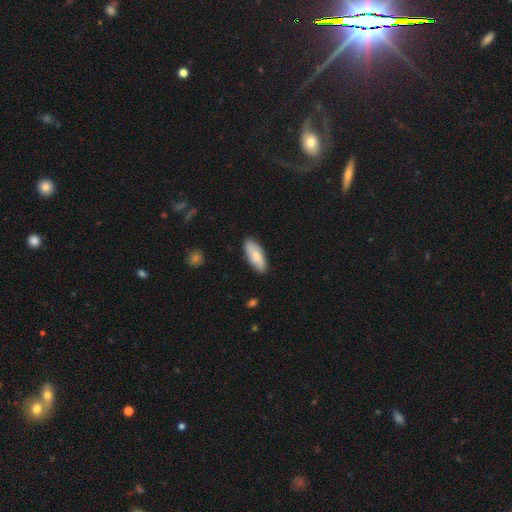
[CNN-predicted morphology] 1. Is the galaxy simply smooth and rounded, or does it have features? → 72% smooth, 22% featured or disk, 6% star or artifact.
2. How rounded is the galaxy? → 76% in between, 22% cigar-shaped, 2% round.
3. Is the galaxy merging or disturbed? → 83% none, 13% minor disturbance, 2% major disturbance, 1% merger.